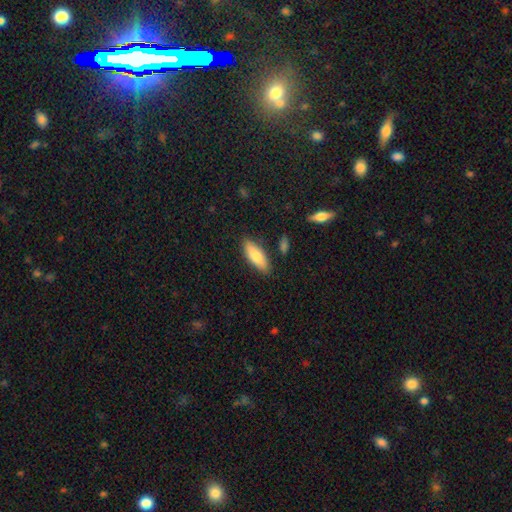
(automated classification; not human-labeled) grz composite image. It shows a smooth galaxy with no disk features (78%) that is in between round and cigar-shaped (62%). Merging: none (83%).